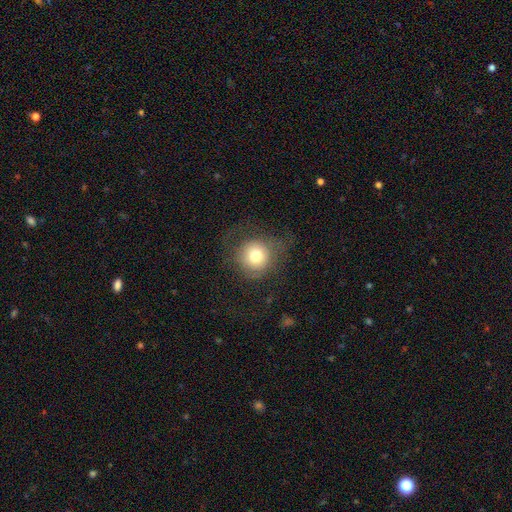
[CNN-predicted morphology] Overall: smooth (71%). How rounded: round (91%). Merging: none (62%).